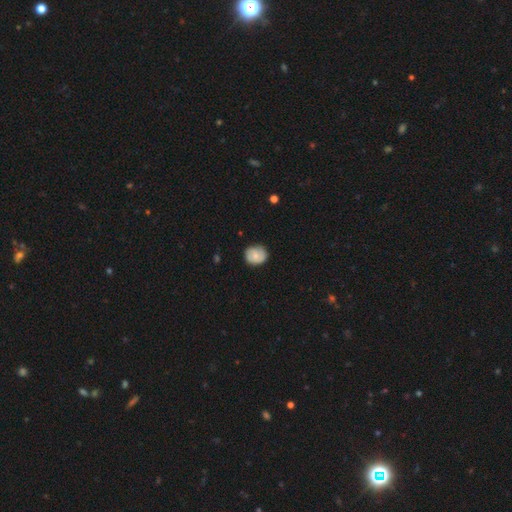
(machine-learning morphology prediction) Smooth or featured?
  - smooth: 62% *
  - featured or disk: 31%
  - star or artifact: 7%
How rounded?
  - round: 68% *
  - in between: 31%
  - cigar-shaped: 1%
Merging?
  - none: 76% *
  - minor disturbance: 19%
  - major disturbance: 4%
  - merger: 1%